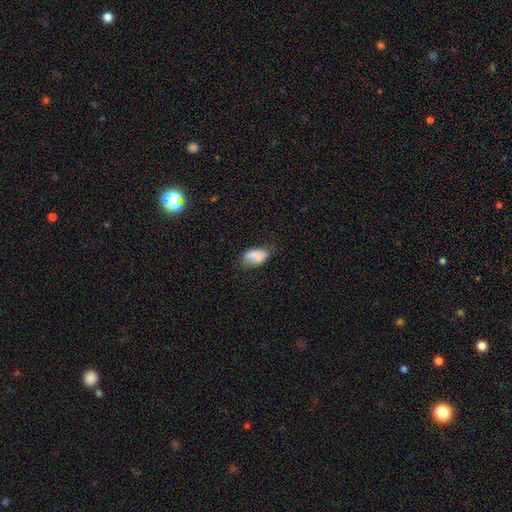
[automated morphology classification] A smooth galaxy with no disk features (72%) that is in between round and cigar-shaped (90%).

Vote fractions:
- Smooth or featured? smooth: 72% / featured or disk: 20% / star or artifact: 9%
- How rounded? in between: 90% / round: 7% / cigar-shaped: 3%
- Merging? none: 44% / minor disturbance: 35% / major disturbance: 13% / merger: 9%